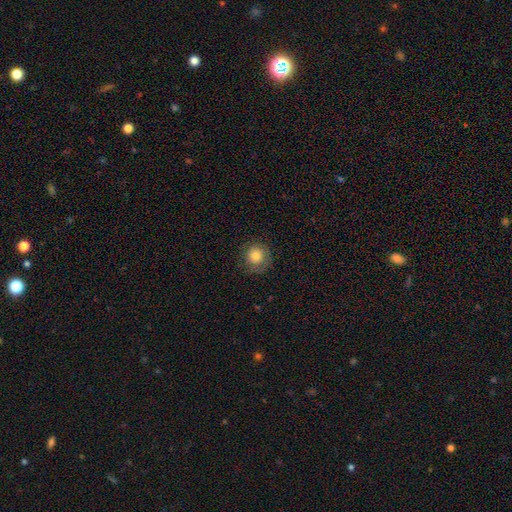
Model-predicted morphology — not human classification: Overall: smooth (77%). How rounded: round (92%). Merging: none (78%).